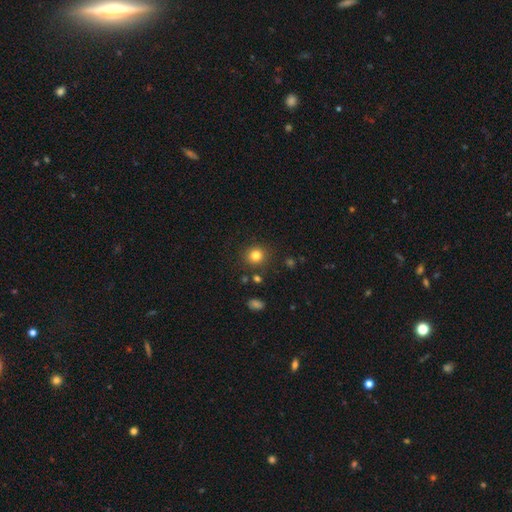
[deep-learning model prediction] Morphology: type=smooth (81%); roundness=round (88%); merging=none (87%).